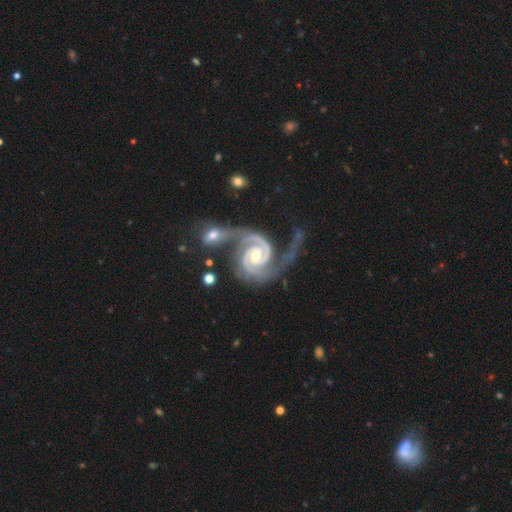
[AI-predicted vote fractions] Smooth or featured: featured or disk — 94% (star or artifact — 3%)
Edge-on disk: no — 98% (yes — 2%)
Bar: no — 44% (weak — 37%)
Spiral arms: yes — 99% (no — 1%)
Spiral winding: tight — 60% (medium — 34%)
Spiral arm count: 2 — 82% (3 — 8%)
Bulge size: moderate — 61% (small — 34%)
Merging: merger — 38% (none — 28%)